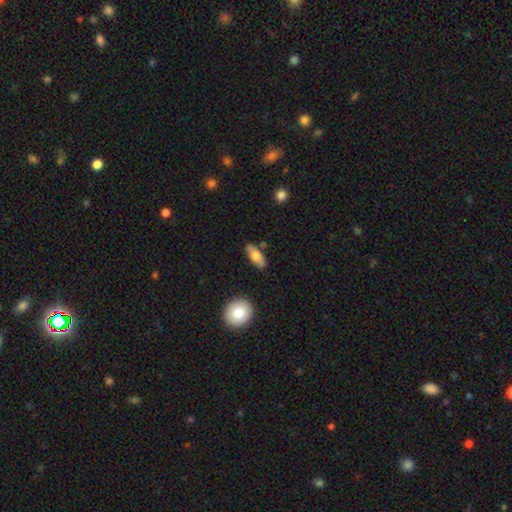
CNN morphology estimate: This is likely a smooth galaxy (73%). How rounded: likely in between (80%). Merging: clearly none (80%).